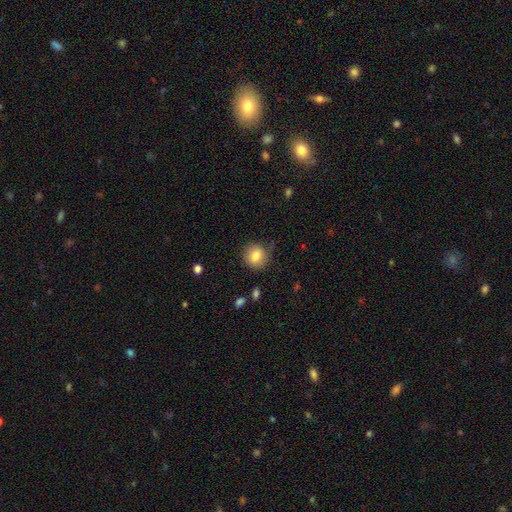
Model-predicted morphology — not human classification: A smooth galaxy with no disk features (81%) that is round (87%). Merging: none (79%).